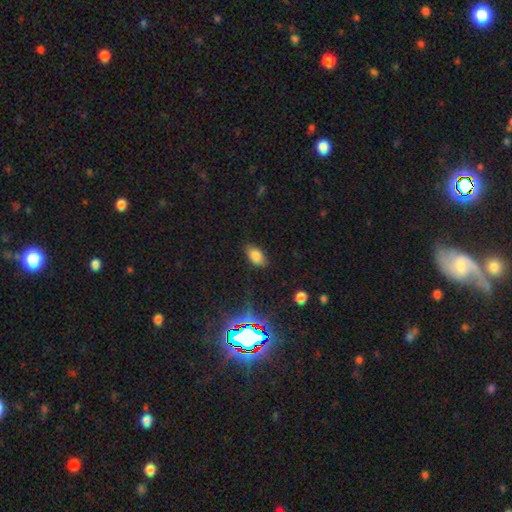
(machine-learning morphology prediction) A smooth galaxy with no disk features (79%) that is in between round and cigar-shaped (92%).

Vote fractions:
- Smooth or featured? smooth: 79% / star or artifact: 14% / featured or disk: 7%
- How rounded? in between: 92% / round: 6% / cigar-shaped: 2%
- Merging? none: 82% / minor disturbance: 13% / major disturbance: 3% / merger: 1%